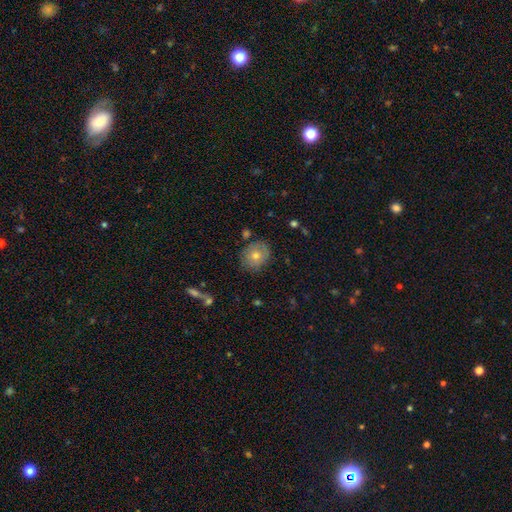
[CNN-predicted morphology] The model was most divided on "smooth or featured": smooth: 59%, featured or disk: 30%, star or artifact: 11%. More confident: merging — none (81%); how rounded — round (65%).